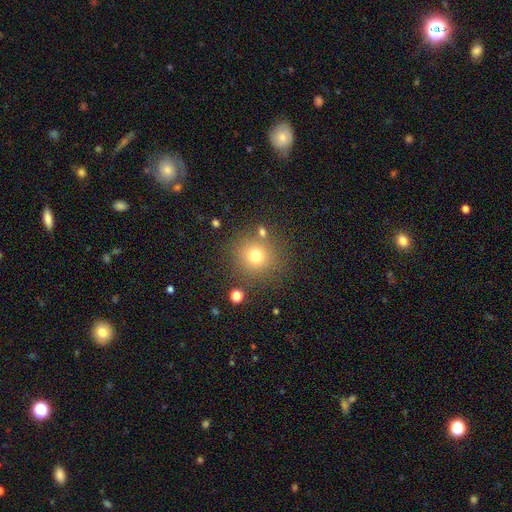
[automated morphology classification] This appears to be a smooth galaxy with no disk features (73%) that is round (92%). Merging: none (80%).